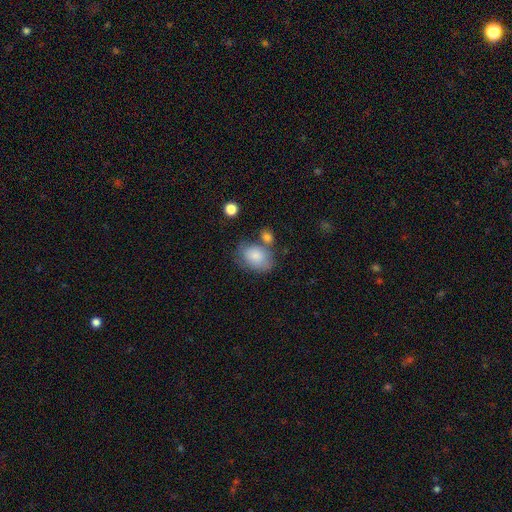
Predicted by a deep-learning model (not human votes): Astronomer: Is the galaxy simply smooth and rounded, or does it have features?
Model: smooth — 81%.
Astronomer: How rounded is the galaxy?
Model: in between — 80%.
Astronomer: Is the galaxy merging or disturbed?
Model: none — 52%.